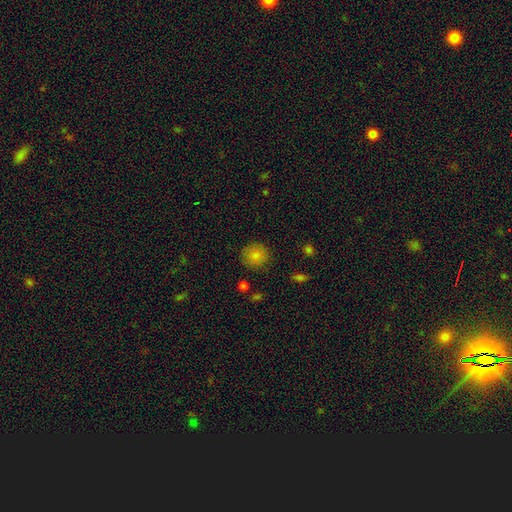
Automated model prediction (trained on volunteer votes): Morphology: type=smooth (83%); roundness=round (91%); merging=none (87%).